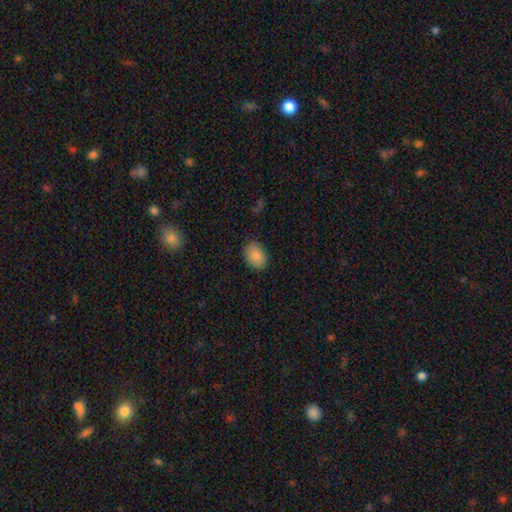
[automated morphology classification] Smooth or featured: smooth — 87% (star or artifact — 8%)
How rounded: in between — 75% (round — 24%)
Merging: none — 87% (minor disturbance — 9%)